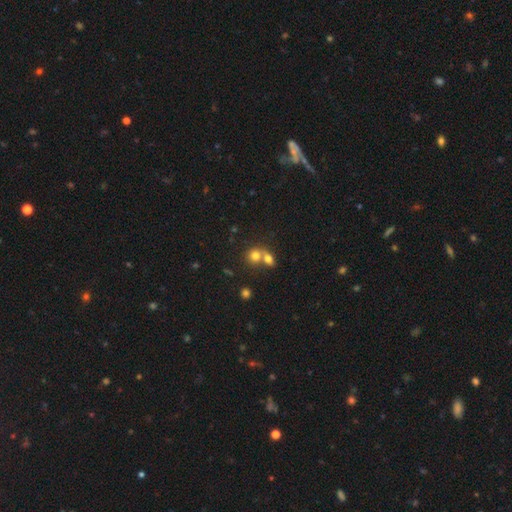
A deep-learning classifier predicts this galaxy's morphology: Smooth or featured? Predicted: smooth (p=0.74). How rounded? Predicted: round (p=0.75). Merging? Predicted: merger (p=0.57).